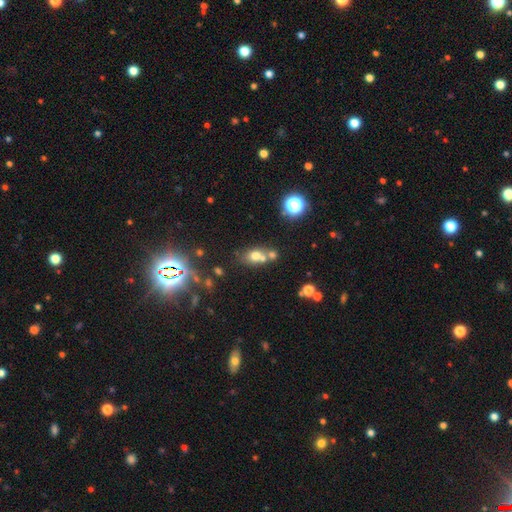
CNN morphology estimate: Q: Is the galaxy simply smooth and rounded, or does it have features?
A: smooth — 64%.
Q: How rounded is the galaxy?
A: in between — 51%.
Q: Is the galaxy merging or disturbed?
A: none — 43%.